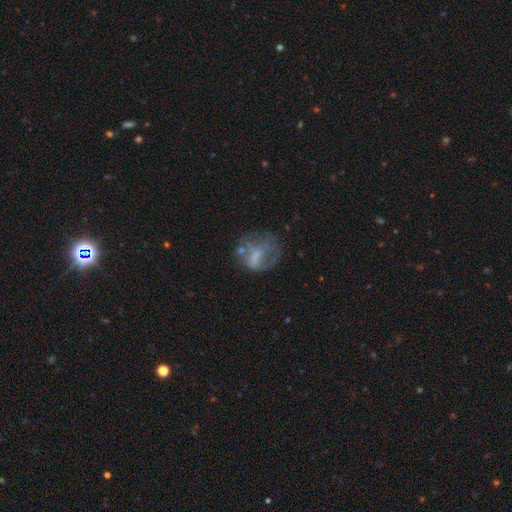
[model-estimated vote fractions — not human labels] A featured or disk galaxy (47%).

Vote fractions:
- Smooth or featured? featured or disk: 47% / smooth: 41% / star or artifact: 12%
- Merging? none: 37% / major disturbance: 34% / minor disturbance: 21% / merger: 8%